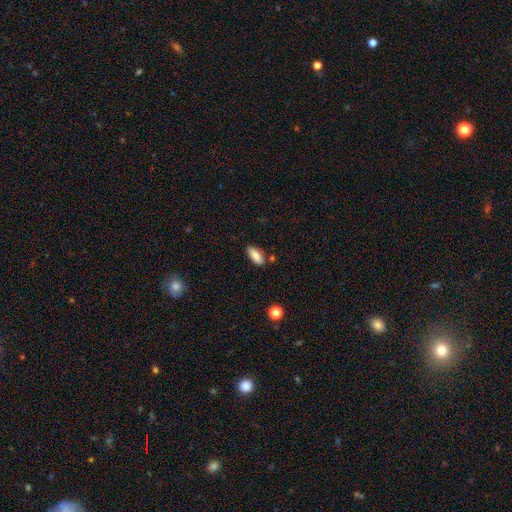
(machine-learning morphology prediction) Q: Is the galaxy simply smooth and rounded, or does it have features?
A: smooth — 84%.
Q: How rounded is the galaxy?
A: in between — 79%.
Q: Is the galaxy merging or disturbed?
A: none — 80%.